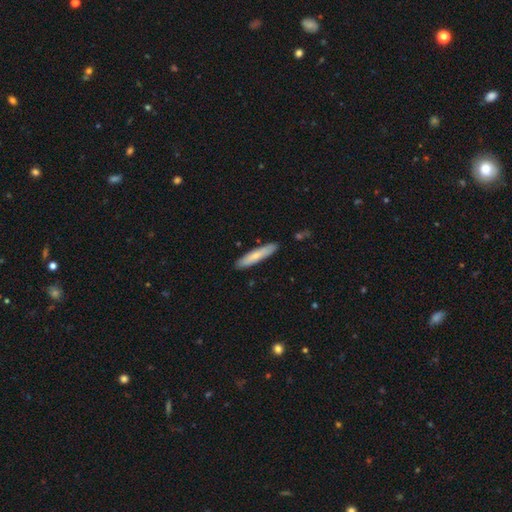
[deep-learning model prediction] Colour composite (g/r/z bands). It shows a smooth galaxy with no disk features (71%) that is cigar-shaped (88%). Merging: none (88%).